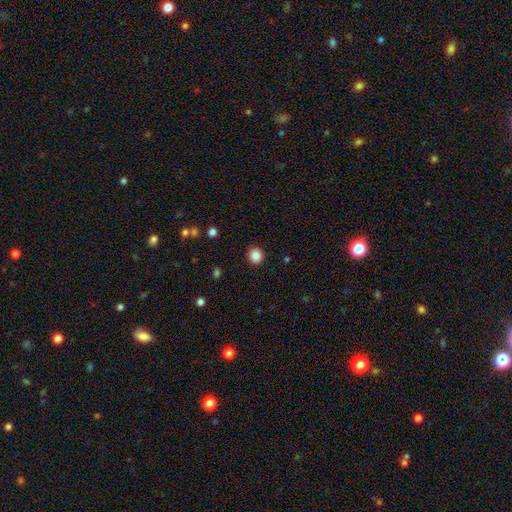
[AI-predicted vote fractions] smooth-or-featured: smooth: 86% | star or artifact: 10% | featured or disk: 4%
  how-rounded: round: 90% | in between: 9% | cigar-shaped: 1%
  merging: none: 92% | minor disturbance: 5% | major disturbance: 2% | merger: 1%